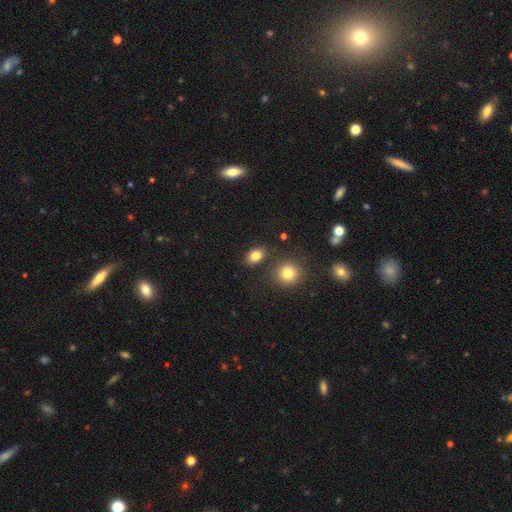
Overall: smooth (74%). How rounded: in between (83%). Merging: none (91%).